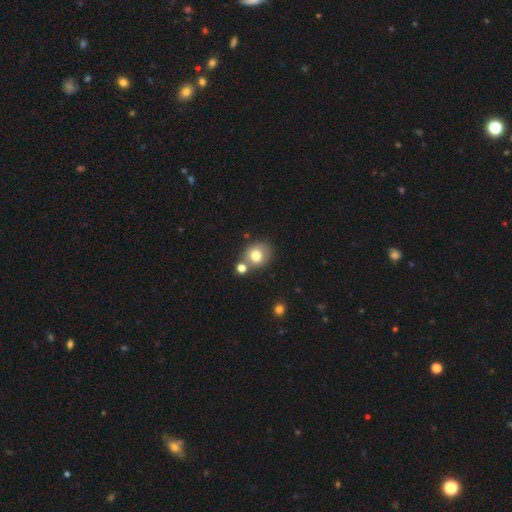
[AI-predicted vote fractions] Smooth or featured? smooth (77%)
How rounded? round (66%)
Merging? none (63%)